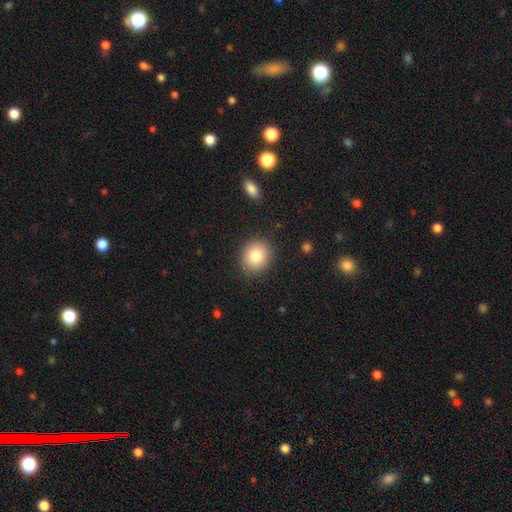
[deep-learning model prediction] This is clearly a smooth galaxy (81%). How rounded: likely round (73%). Merging: clearly none (87%).